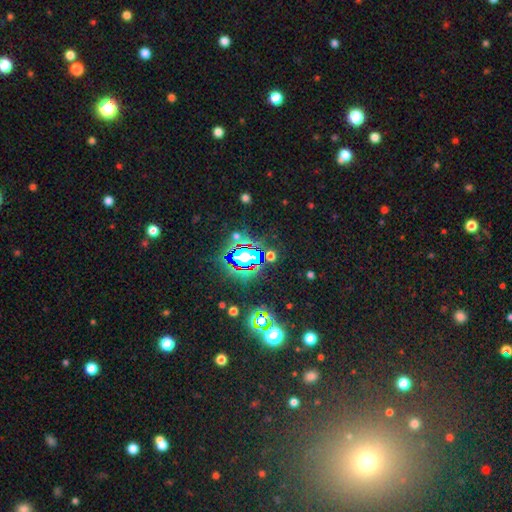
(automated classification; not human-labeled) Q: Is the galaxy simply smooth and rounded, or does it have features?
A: star or artifact — 81%.